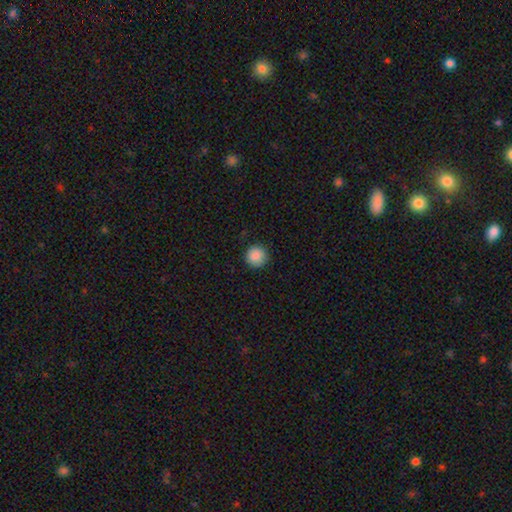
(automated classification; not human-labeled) A smooth galaxy with no disk features (89%) that is round (95%). Merging: none (91%).